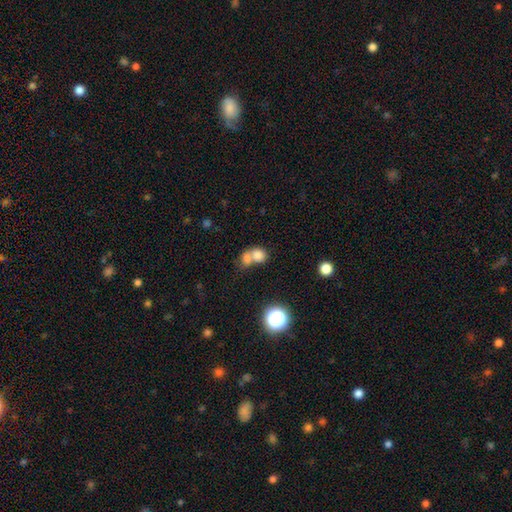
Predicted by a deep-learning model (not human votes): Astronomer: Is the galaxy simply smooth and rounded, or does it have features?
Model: smooth — 76%.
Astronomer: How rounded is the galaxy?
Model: round — 58% (runner-up: in between, 41%).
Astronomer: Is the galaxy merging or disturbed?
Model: merger — 65%.